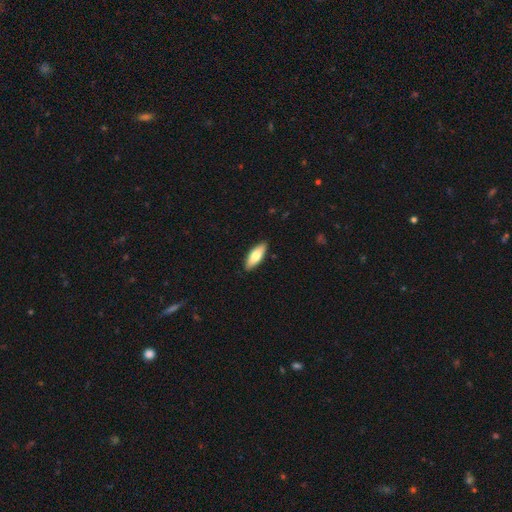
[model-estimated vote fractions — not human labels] Smooth or featured? smooth (74%)
How rounded? in between (69%)
Merging? none (89%)